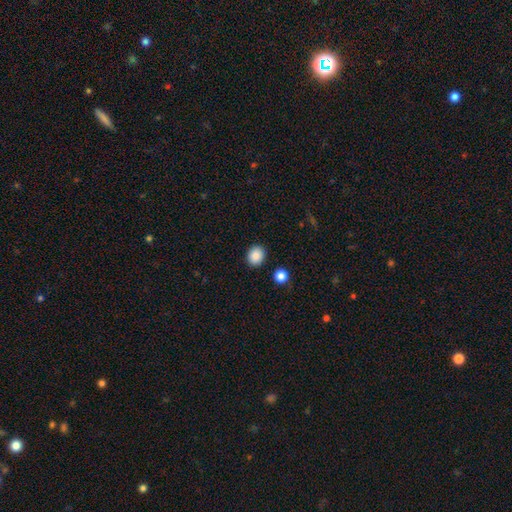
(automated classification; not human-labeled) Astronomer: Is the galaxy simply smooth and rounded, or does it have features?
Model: smooth — 88%.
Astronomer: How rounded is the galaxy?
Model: round — 70%.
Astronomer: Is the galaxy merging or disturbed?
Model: none — 89%.